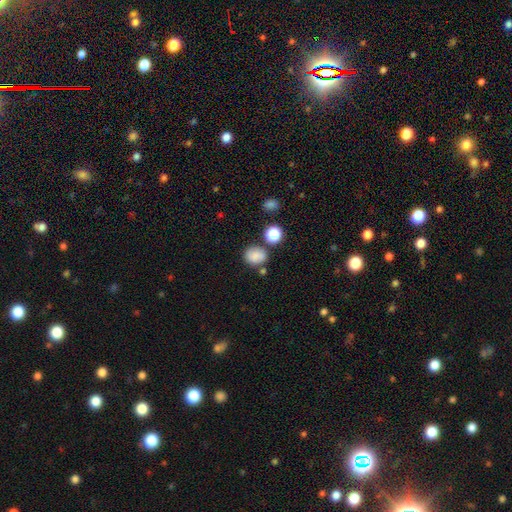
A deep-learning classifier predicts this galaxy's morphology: A smooth galaxy with no disk features (82%) that is round (57%). Merging: none (67%).